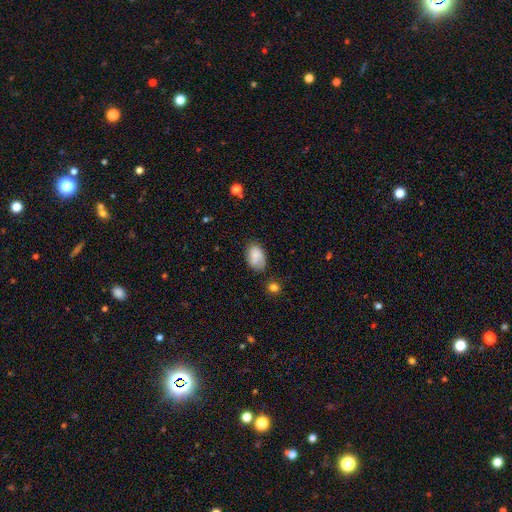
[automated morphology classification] Smooth or featured: smooth — 79% (featured or disk — 13%)
How rounded: in between — 90% (round — 9%)
Merging: none — 64% (minor disturbance — 26%)